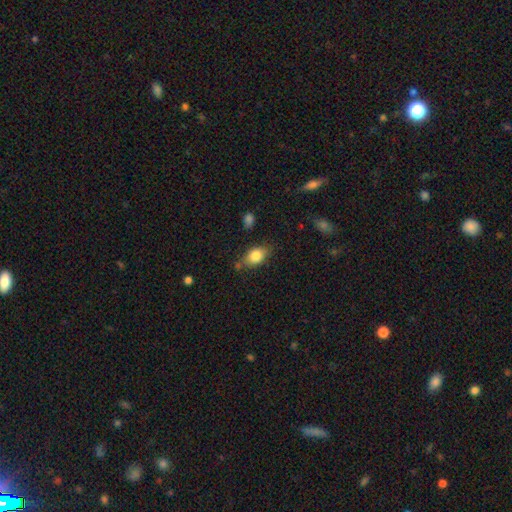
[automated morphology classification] Overall: smooth (81%). How rounded: in between (80%). Merging: none (68%).